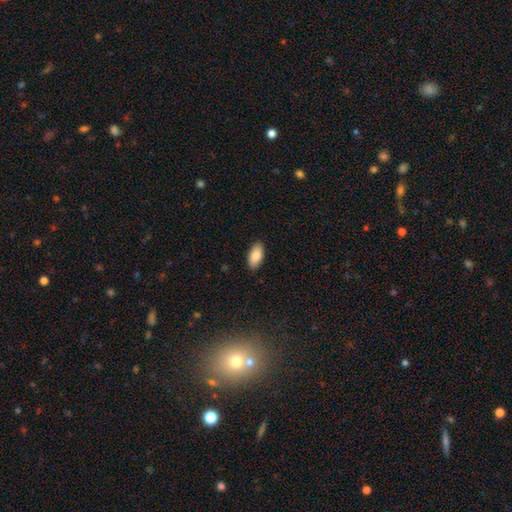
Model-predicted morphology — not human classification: smooth-or-featured: smooth: 86% | featured or disk: 8% | star or artifact: 7%
  how-rounded: in between: 93% | cigar-shaped: 5% | round: 2%
  merging: none: 89% | minor disturbance: 8% | major disturbance: 2% | merger: 1%